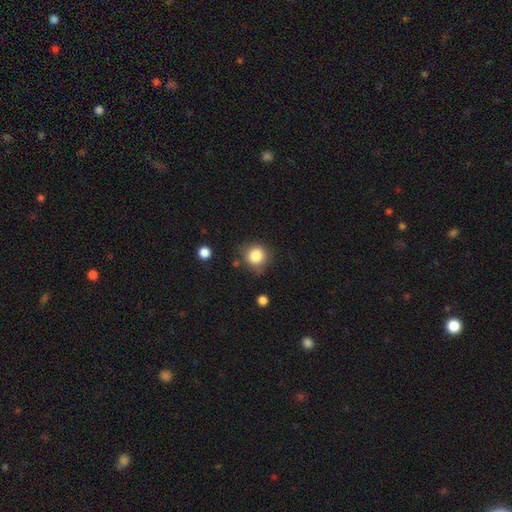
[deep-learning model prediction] The model was most divided on "merging": none: 73%, minor disturbance: 19%, major disturbance: 5%, merger: 4%. More confident: how rounded — round (87%); smooth or featured — smooth (84%).